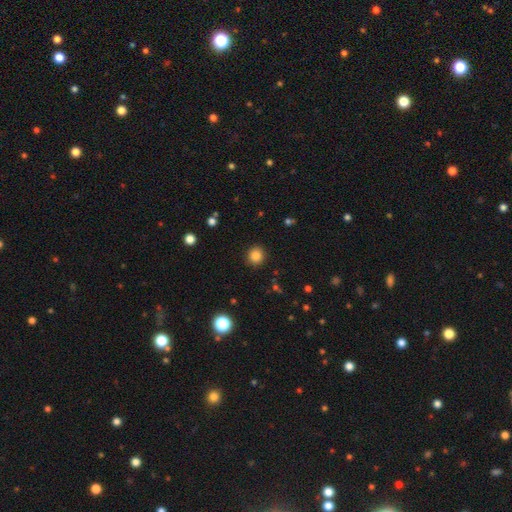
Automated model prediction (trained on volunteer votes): Smooth or featured? Predicted: smooth (p=0.84). How rounded? Predicted: round (p=0.89). Merging? Predicted: none (p=0.91).